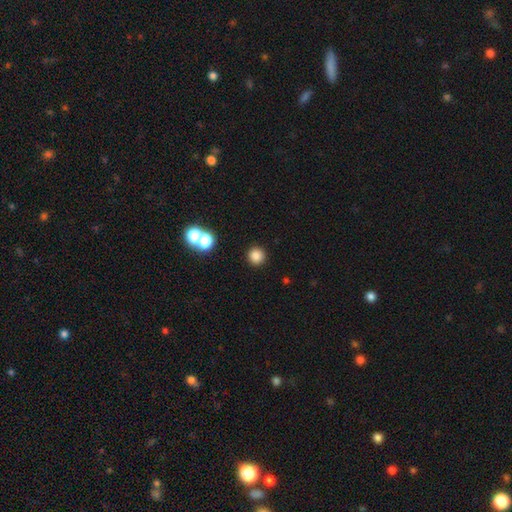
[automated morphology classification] Smooth or featured: smooth — 82% (star or artifact — 13%)
How rounded: round — 94% (in between — 5%)
Merging: none — 88% (minor disturbance — 5%)